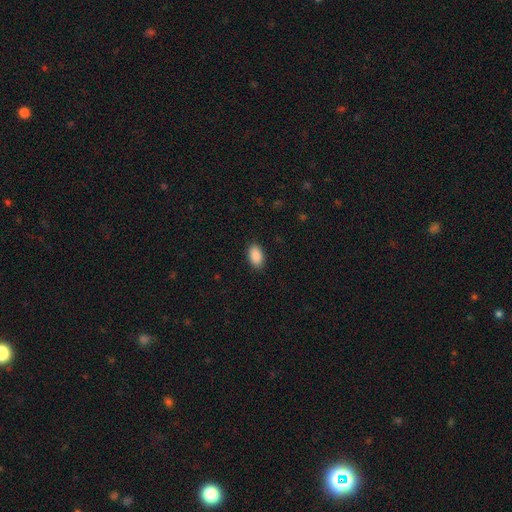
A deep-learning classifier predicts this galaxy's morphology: smooth-or-featured: smooth: 90% | star or artifact: 7% | featured or disk: 3%
  how-rounded: in between: 94% | round: 5% | cigar-shaped: 2%
  merging: none: 89% | minor disturbance: 8% | major disturbance: 2% | merger: 1%